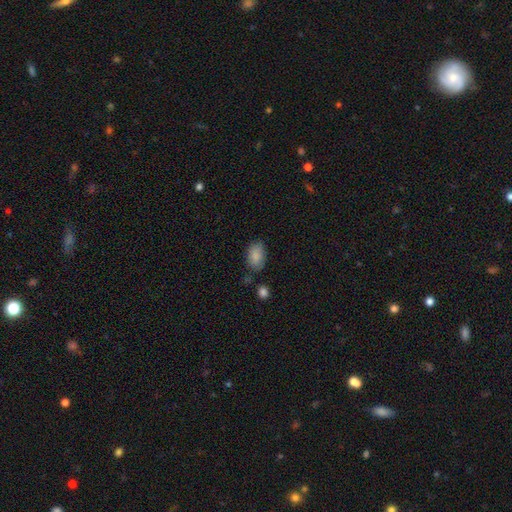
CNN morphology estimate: Smooth or featured: smooth — 87% (star or artifact — 7%)
How rounded: in between — 90% (round — 9%)
Merging: none — 71% (minor disturbance — 19%)